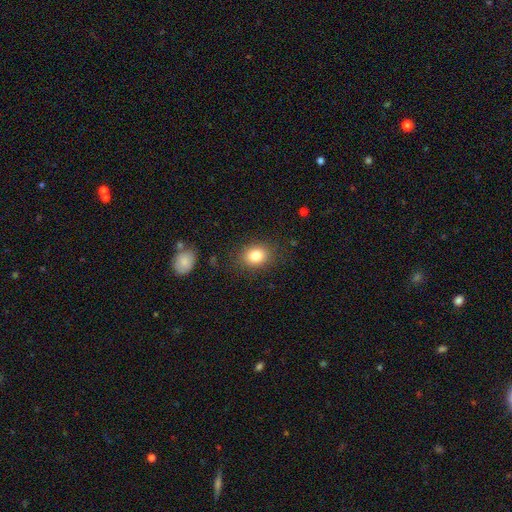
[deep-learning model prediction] Overall: smooth (83%). How rounded: in between (50%; round 49%). Merging: none (84%).